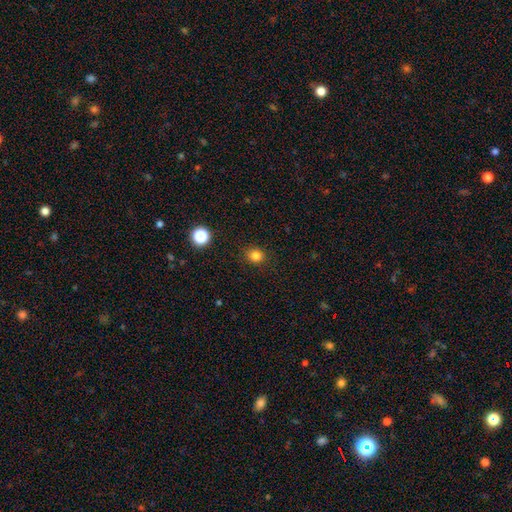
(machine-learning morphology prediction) Smooth or featured: smooth — 82% (star or artifact — 13%)
How rounded: round — 78% (in between — 21%)
Merging: none — 89% (minor disturbance — 8%)